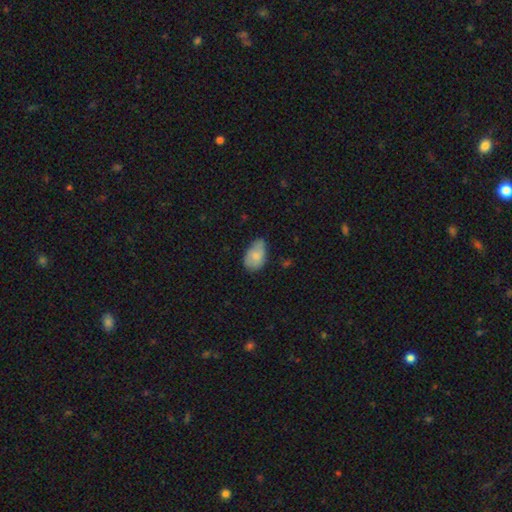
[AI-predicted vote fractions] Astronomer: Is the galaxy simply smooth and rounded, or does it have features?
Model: smooth — 77%.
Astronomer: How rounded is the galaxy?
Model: in between — 91%.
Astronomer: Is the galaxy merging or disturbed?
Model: none — 50% (runner-up: minor disturbance, 40%).